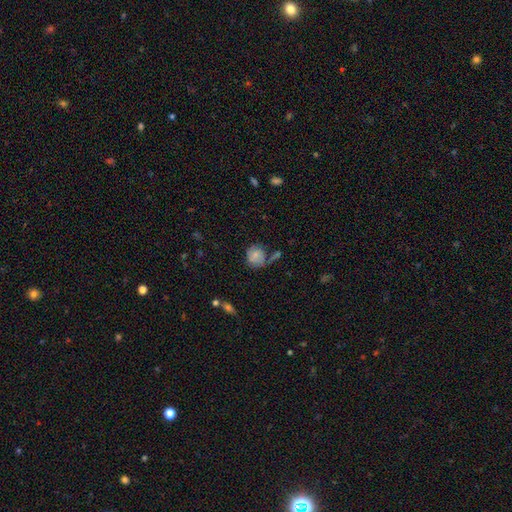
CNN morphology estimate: Smooth or featured? Predicted: smooth (p=0.72). How rounded? Predicted: round (p=0.75). Merging? Predicted: none (p=0.54).